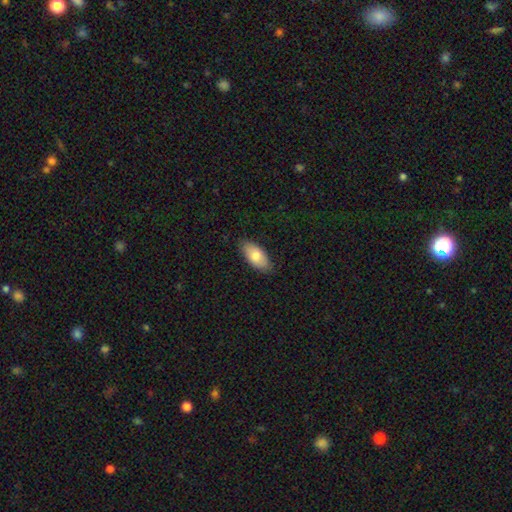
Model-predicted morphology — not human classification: smooth-or-featured: smooth: 78% | featured or disk: 16% | star or artifact: 6%
  how-rounded: in between: 91% | cigar-shaped: 7% | round: 2%
  merging: none: 84% | minor disturbance: 13% | major disturbance: 2% | merger: 1%